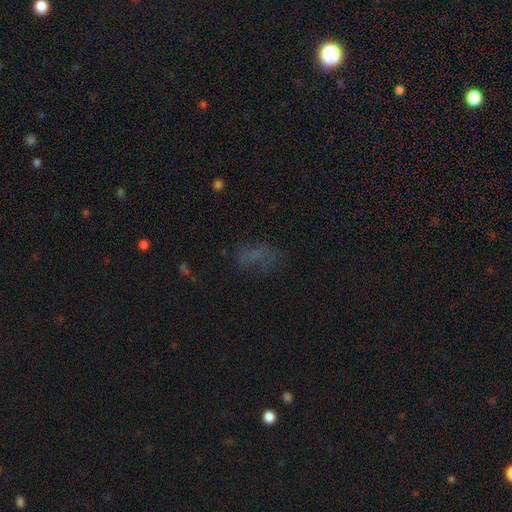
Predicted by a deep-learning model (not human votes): smooth-or-featured: smooth: 49% | star or artifact: 28% | featured or disk: 23%
  merging: none: 54% | major disturbance: 22% | minor disturbance: 21% | merger: 3%